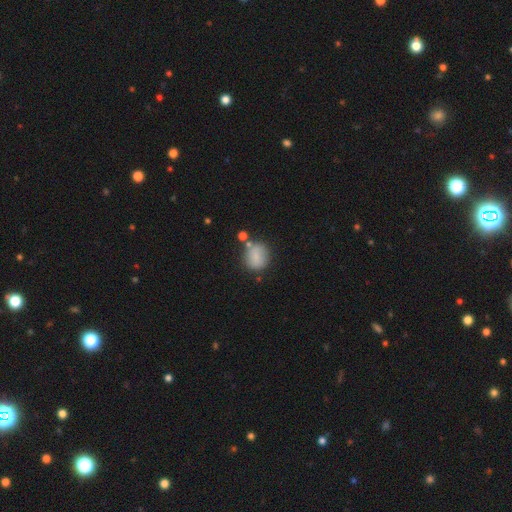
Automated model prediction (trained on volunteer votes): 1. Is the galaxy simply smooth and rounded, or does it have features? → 77% smooth, 14% featured or disk, 9% star or artifact.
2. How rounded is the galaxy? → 76% round, 23% in between, 1% cigar-shaped.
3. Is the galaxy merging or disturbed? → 66% none, 17% minor disturbance, 12% merger, 5% major disturbance.